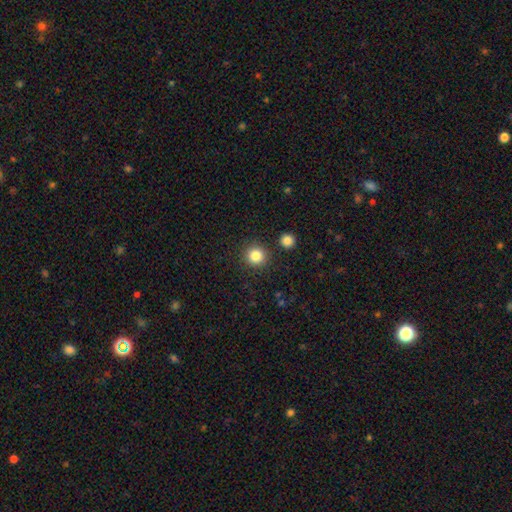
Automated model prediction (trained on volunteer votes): Smooth or featured? Predicted: smooth (p=0.84). How rounded? Predicted: round (p=0.94). Merging? Predicted: none (p=0.89).